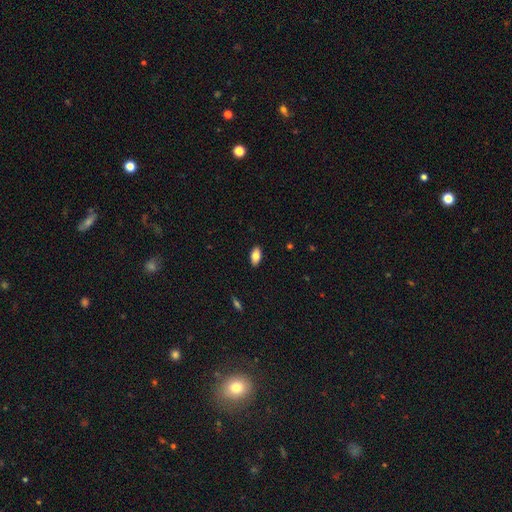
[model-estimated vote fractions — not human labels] Q: Smooth or featured?
A: smooth (80%); runner-up: featured or disk (13%)
Q: How rounded?
A: in between (91%); runner-up: cigar-shaped (6%)
Q: Merging?
A: none (89%); runner-up: minor disturbance (8%)